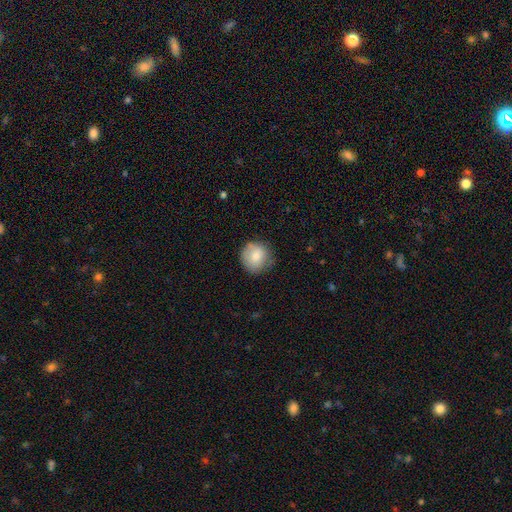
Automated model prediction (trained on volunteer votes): Smooth or featured? Predicted: smooth (p=0.77). How rounded? Predicted: round (p=0.91). Merging? Predicted: none (p=0.76).